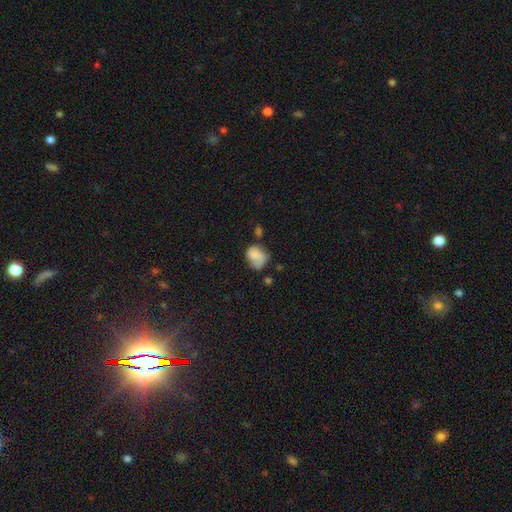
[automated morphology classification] type=smooth (67%); roundness=in between (56%); merging=none (38%).